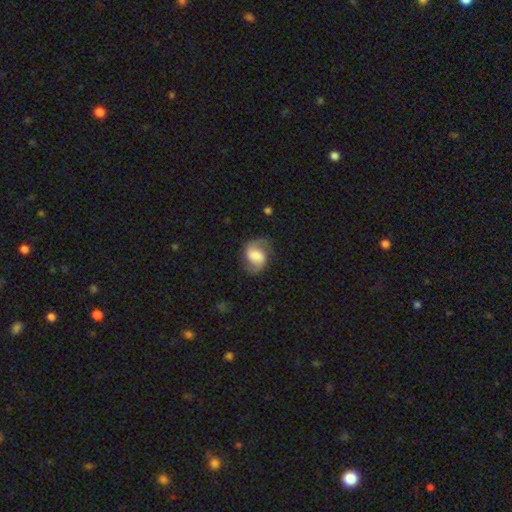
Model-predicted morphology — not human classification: Smooth or featured?
  - featured or disk: 64% *
  - smooth: 28%
  - star or artifact: 8%
Edge-on disk?
  - no: 98% *
  - yes: 2%
Bar?
  - weak: 43% *
  - no: 32%
  - strong: 24%
Spiral arms?
  - yes: 91% *
  - no: 9%
Spiral winding?
  - medium: 44% *
  - loose: 42%
  - tight: 15%
Spiral arm count?
  - 2: 89% *
  - 1: 4%
  - can't tell: 4%
  - 3: 1%
  - 4: 1%
  - more than 4: 1%
Bulge size?
  - large: 35% *
  - none: 22%
  - moderate: 19%
  - small: 14%
  - dominant: 10%
Merging?
  - none: 70% *
  - minor disturbance: 18%
  - major disturbance: 10%
  - merger: 1%